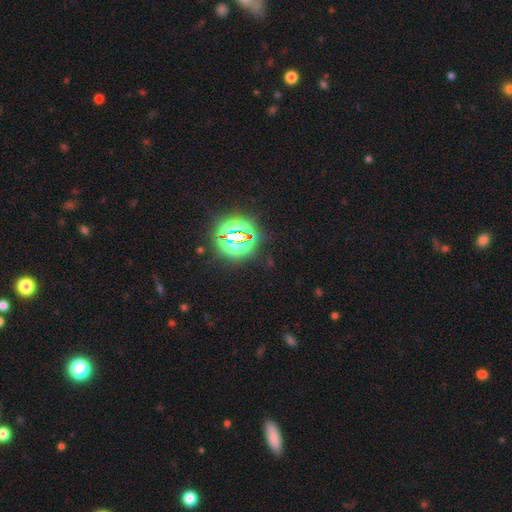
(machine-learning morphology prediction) A star or artifact, not a galaxy (82%).

Vote fractions:
- Smooth or featured? star or artifact: 82% / smooth: 11% / featured or disk: 7%